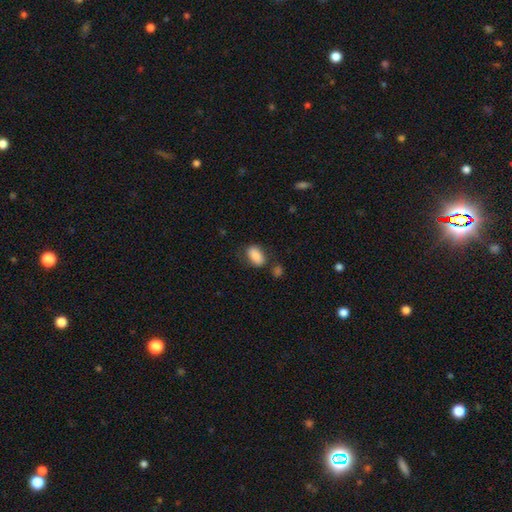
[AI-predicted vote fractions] Overall: smooth (82%). How rounded: in between (91%). Merging: none (63%).